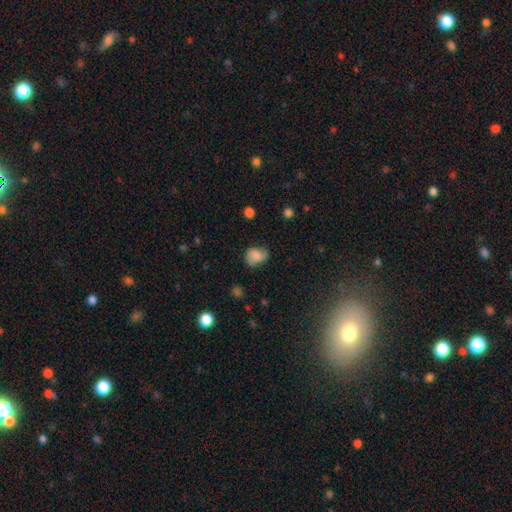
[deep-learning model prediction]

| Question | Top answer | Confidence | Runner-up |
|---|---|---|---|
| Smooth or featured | smooth | 65% | featured or disk (25%) |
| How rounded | round | 51% | in between (48%) |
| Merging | none | 60% | minor disturbance (29%) |